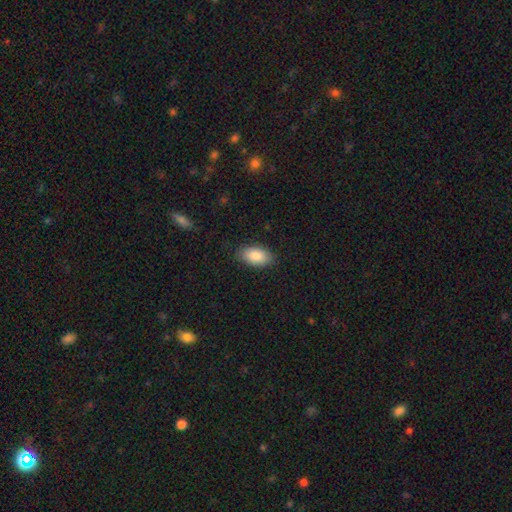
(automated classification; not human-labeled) smooth-or-featured: smooth: 88% | star or artifact: 6% | featured or disk: 6%
  how-rounded: in between: 94% | round: 3% | cigar-shaped: 2%
  merging: none: 86% | minor disturbance: 10% | major disturbance: 3% | merger: 1%